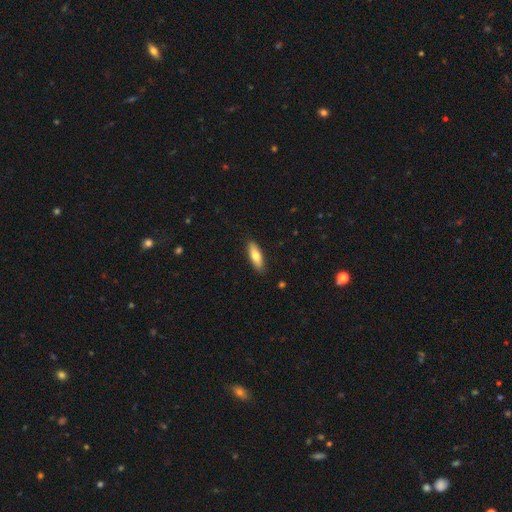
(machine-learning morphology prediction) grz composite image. It shows a smooth galaxy with no disk features (74%) that is in between round and cigar-shaped (53%). Merging: none (88%).